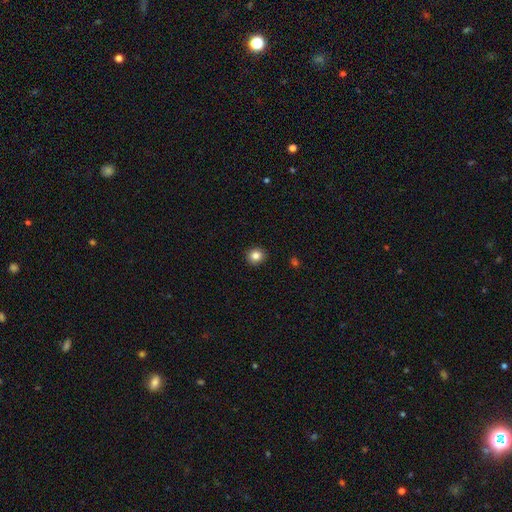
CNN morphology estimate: smooth_or_featured: smooth (p=0.84) [alt: star or artifact p=0.11]
how_rounded: round (p=0.88) [alt: in between p=0.11]
merging: none (p=0.92) [alt: minor disturbance p=0.05]